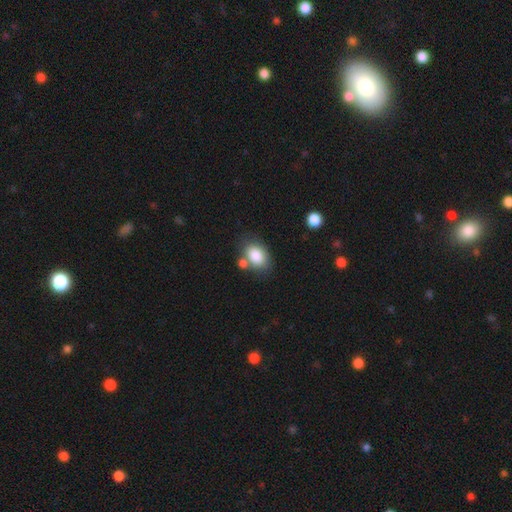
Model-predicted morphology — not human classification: type=smooth (84%); roundness=in between (82%); merging=none (59%).